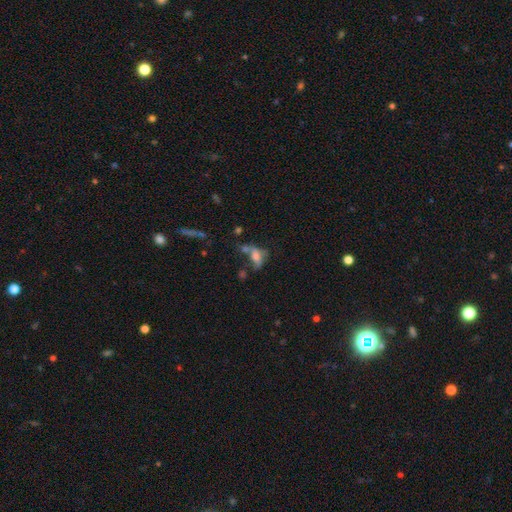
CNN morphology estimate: Smooth or featured: smooth — 54% (featured or disk — 31%)
How rounded: in between — 78% (cigar-shaped — 11%)
Merging: none — 29% (major disturbance — 28%)